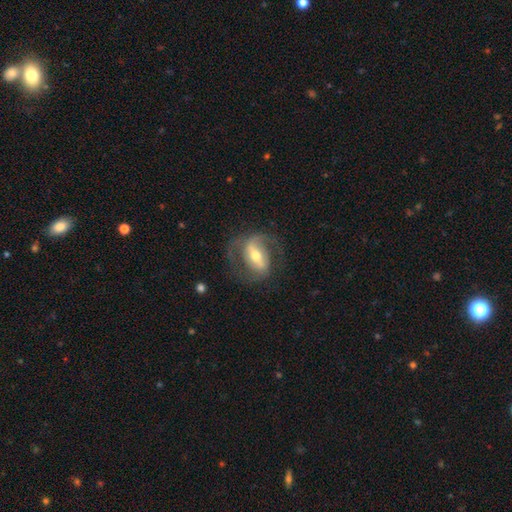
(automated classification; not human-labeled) featured or disk 79%, smooth 15%, star or artifact 6%. Down the decision tree: edge-on disk — no (94%); bar — strong (54%); spiral arms — yes (86%); spiral arm count — 2 (83%); spiral winding — medium (49%); bulge size — moderate (61%); merging — none (68%).